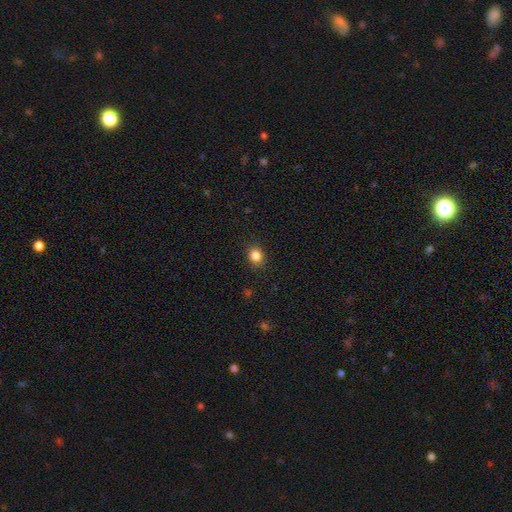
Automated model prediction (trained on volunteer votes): A smooth galaxy with no disk features (84%) that is round (66%).

Vote fractions:
- Smooth or featured? smooth: 84% / star or artifact: 11% / featured or disk: 4%
- How rounded? round: 66% / in between: 33% / cigar-shaped: 1%
- Merging? none: 89% / minor disturbance: 8% / major disturbance: 2% / merger: 1%